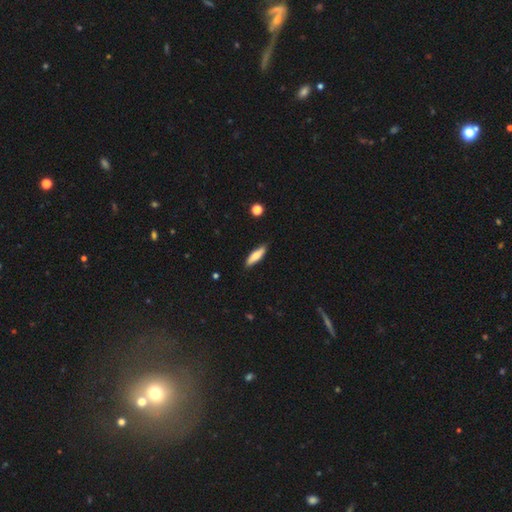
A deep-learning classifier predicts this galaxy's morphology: Smooth or featured? smooth (72%)
How rounded? cigar-shaped (65%)
Merging? none (85%)